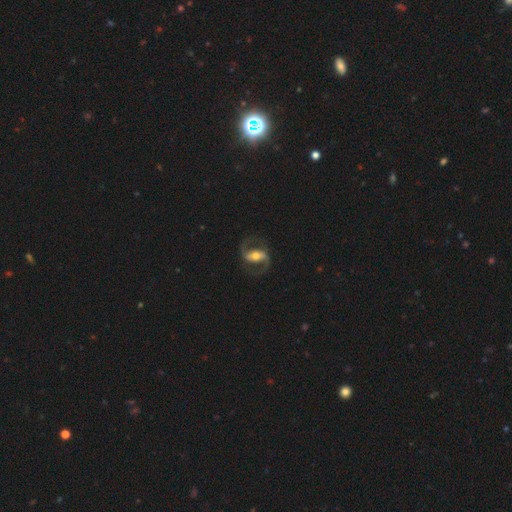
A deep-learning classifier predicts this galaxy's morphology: Smooth or featured? featured or disk (88%)
Edge-on disk? no (96%)
Bar? strong (54%)
Spiral arms? yes (95%)
Spiral winding? medium (55%)
Spiral arm count? 2 (93%)
Bulge size? moderate (63%)
Merging? none (81%)